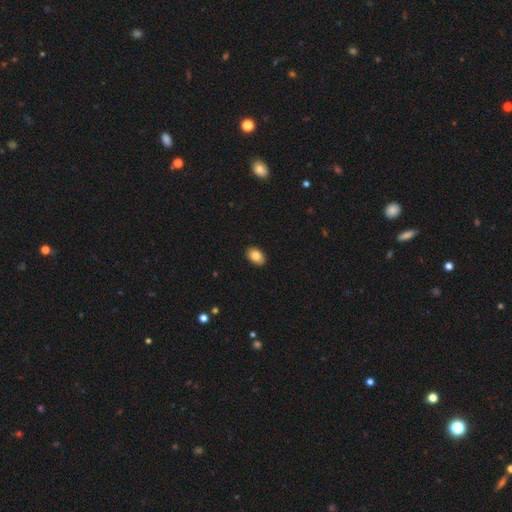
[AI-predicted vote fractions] Smooth or featured? Predicted: smooth (p=0.85). How rounded? Predicted: in between (p=0.87). Merging? Predicted: none (p=0.88).